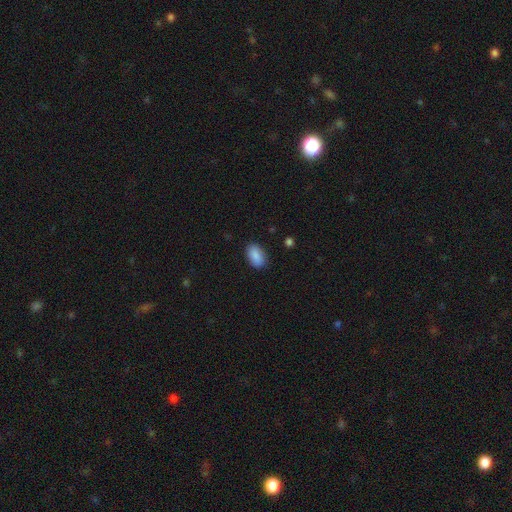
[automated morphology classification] Smooth or featured? smooth (89%)
How rounded? in between (92%)
Merging? none (87%)